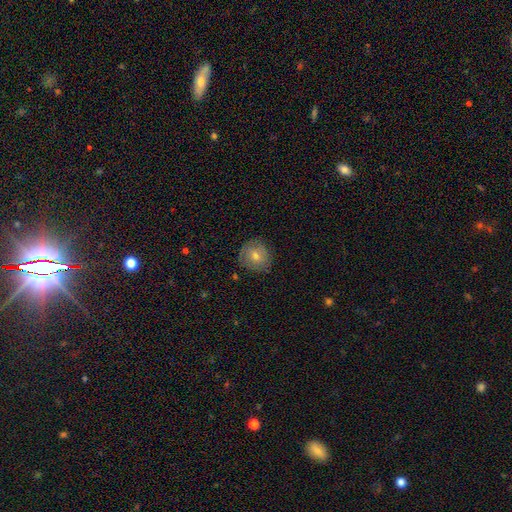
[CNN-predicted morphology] Smooth or featured? smooth (59%)
How rounded? round (87%)
Merging? none (82%)